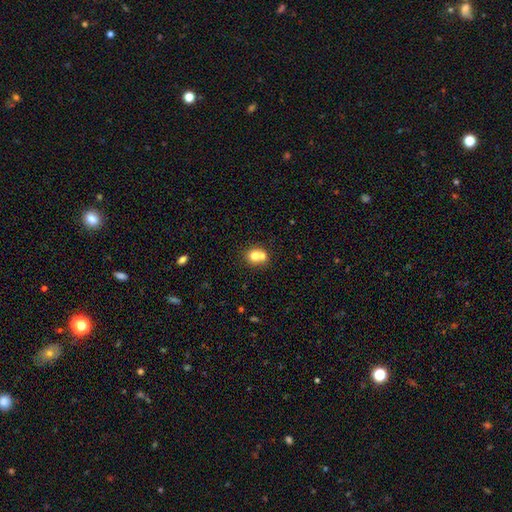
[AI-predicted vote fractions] smooth 73%, featured or disk 16%, star or artifact 11%. Down the decision tree: how rounded — round (77%); merging — merger (54%).